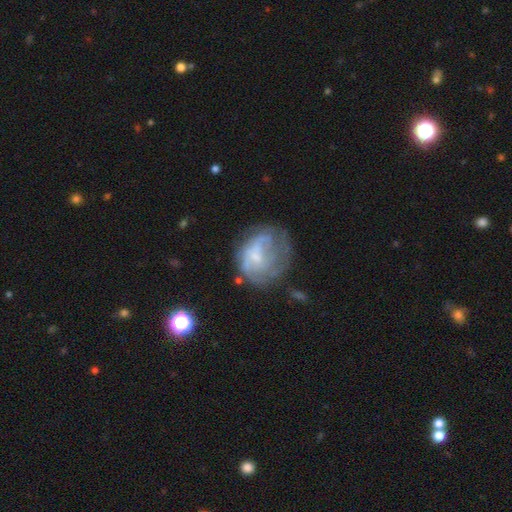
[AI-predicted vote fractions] Smooth or featured? Predicted: featured or disk (p=0.56). Edge-on disk? Predicted: no (p=0.97). Bar? Predicted: no (p=0.63). Spiral arms? Predicted: no (p=0.51). Bulge size? Predicted: small (p=0.47). Merging? Predicted: none (p=0.40).